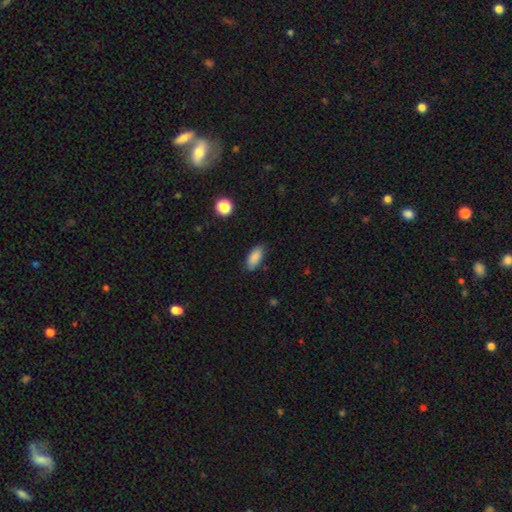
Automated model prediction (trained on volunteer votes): Smooth or featured? smooth (87%)
How rounded? in between (87%)
Merging? none (82%)